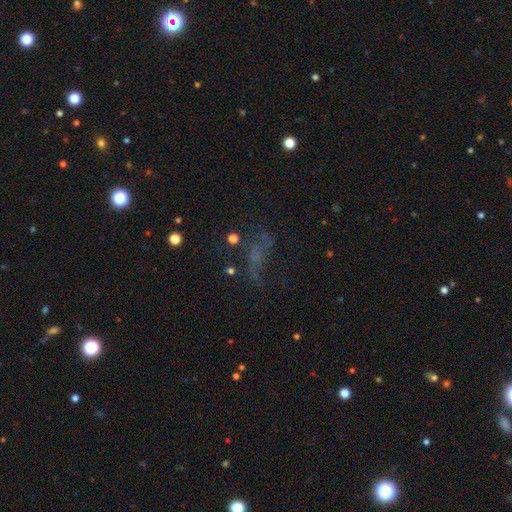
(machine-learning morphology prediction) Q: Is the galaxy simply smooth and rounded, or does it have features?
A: star or artifact — 36%.